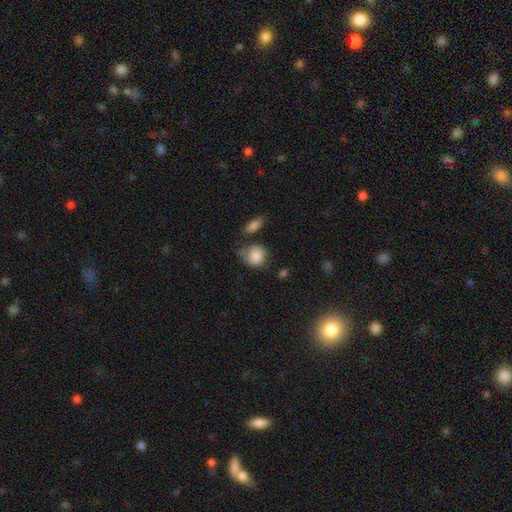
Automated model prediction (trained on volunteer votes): Q: Smooth or featured?
A: smooth (79%); runner-up: featured or disk (14%)
Q: How rounded?
A: round (65%); runner-up: in between (34%)
Q: Merging?
A: none (45%); runner-up: minor disturbance (31%)